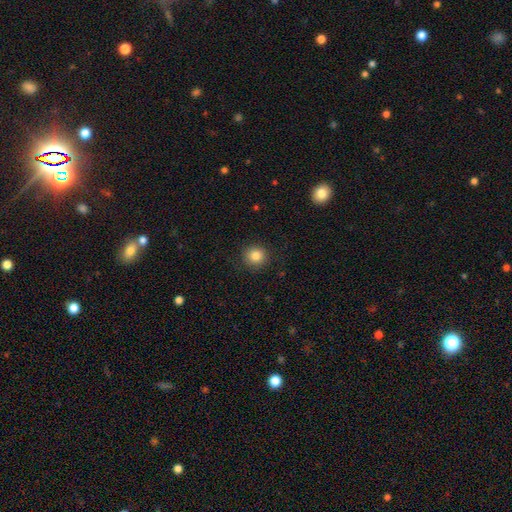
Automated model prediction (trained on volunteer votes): The model was most divided on "smooth or featured": smooth: 84%, star or artifact: 10%, featured or disk: 6%. More confident: how rounded — round (92%); merging — none (89%).